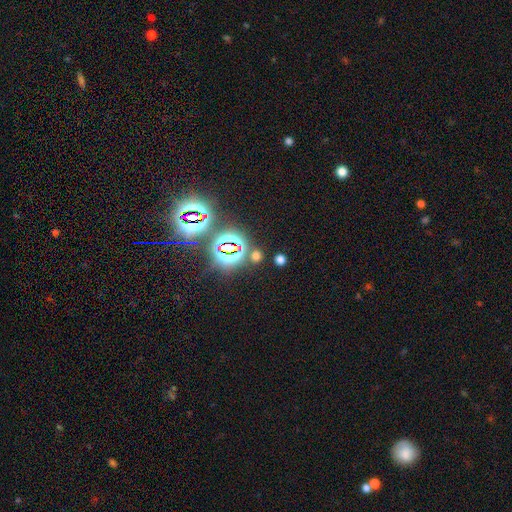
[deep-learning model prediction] Smooth or featured?
  - smooth: 48% *
  - star or artifact: 46%
  - featured or disk: 6%
Merging?
  - none: 80% *
  - merger: 9%
  - minor disturbance: 7%
  - major disturbance: 4%